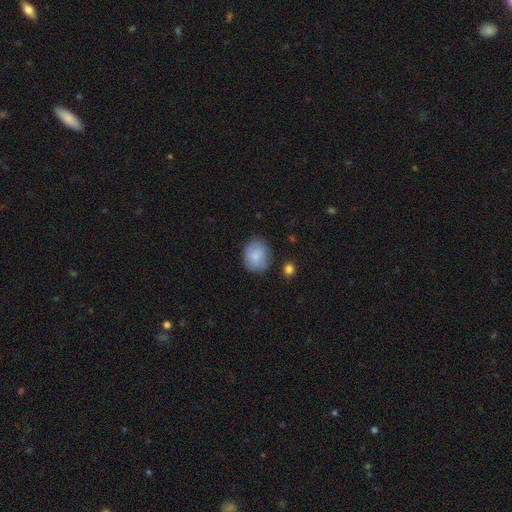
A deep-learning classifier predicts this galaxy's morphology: This is likely a smooth galaxy (80%). How rounded: likely round (62%). Merging: likely none (74%).